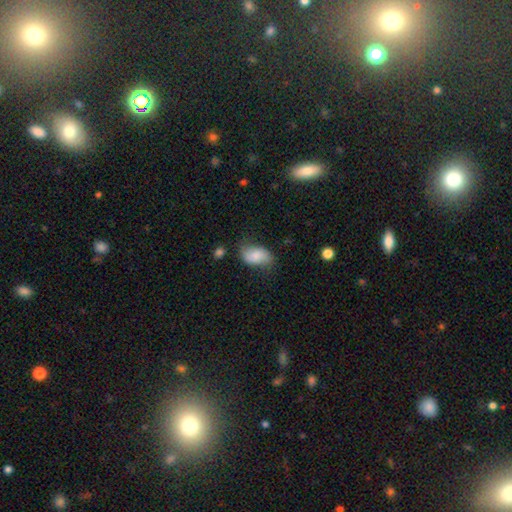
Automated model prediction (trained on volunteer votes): This is likely a smooth galaxy (74%). How rounded: clearly in between (92%). Merging: possibly none (60%).